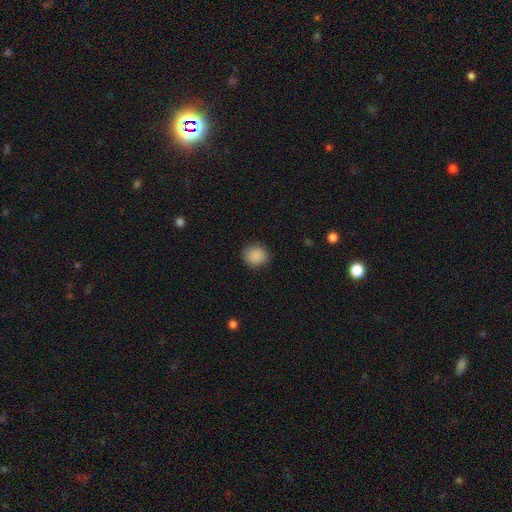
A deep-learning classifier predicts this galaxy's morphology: smooth 89%, star or artifact 8%, featured or disk 3%. Down the decision tree: how rounded — round (85%); merging — none (88%).